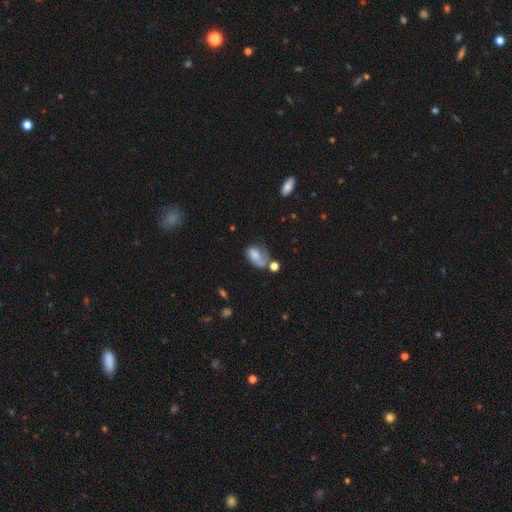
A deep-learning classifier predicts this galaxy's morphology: type=smooth (66%); roundness=in between (87%); merging=none (32%).